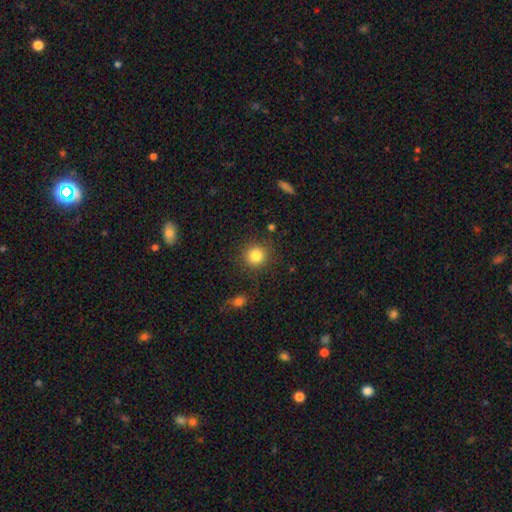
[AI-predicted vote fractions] Smooth or featured? Predicted: smooth (p=0.83). How rounded? Predicted: round (p=0.91). Merging? Predicted: none (p=0.86).